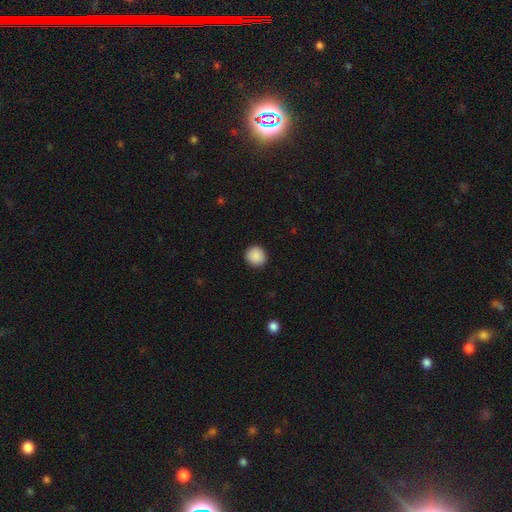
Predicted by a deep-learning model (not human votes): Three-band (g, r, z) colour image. It shows a smooth galaxy with no disk features (90%) that is round (91%). Merging: none (92%).